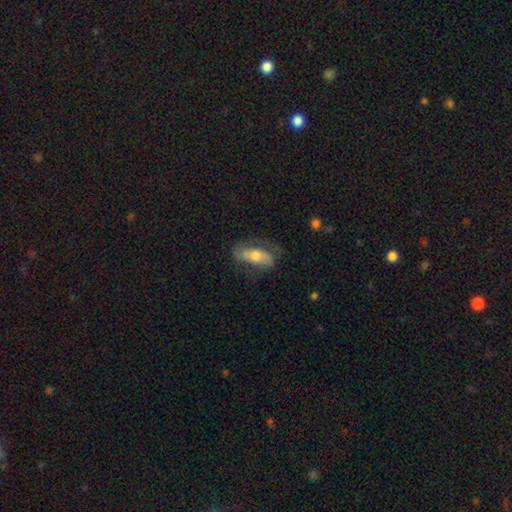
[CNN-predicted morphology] Smooth or featured? Predicted: featured or disk (p=0.53). Edge-on disk? Predicted: no (p=0.81). Merging? Predicted: none (p=0.62).